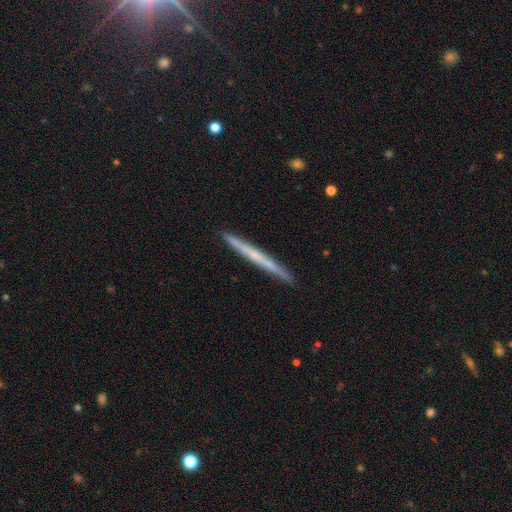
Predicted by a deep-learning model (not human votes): The model was most divided on "smooth or featured": featured or disk: 53%, smooth: 41%, star or artifact: 6%. More confident: edge-on disk — yes (97%); merging — none (92%); edge-on bulge — none (76%).